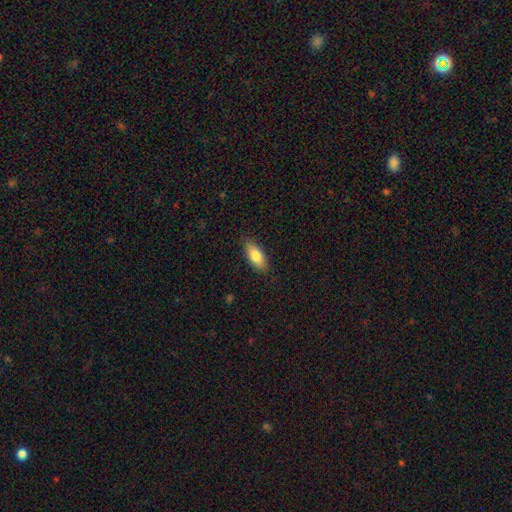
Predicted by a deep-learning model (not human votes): smooth-or-featured: smooth: 81% | featured or disk: 13% | star or artifact: 6%
  how-rounded: in between: 84% | cigar-shaped: 14% | round: 3%
  merging: none: 85% | minor disturbance: 11% | major disturbance: 2% | merger: 1%